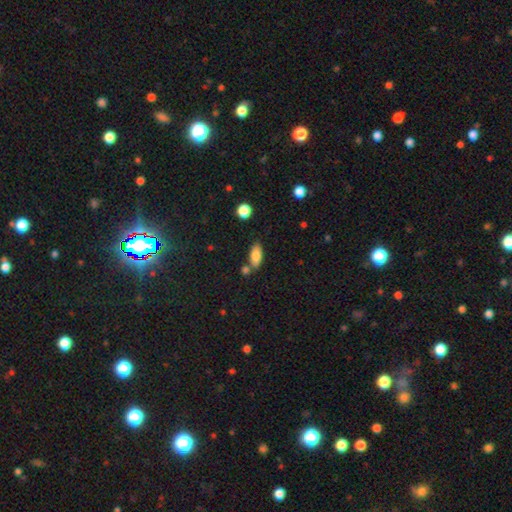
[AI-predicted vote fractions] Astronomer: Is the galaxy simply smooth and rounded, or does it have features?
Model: smooth — 82%.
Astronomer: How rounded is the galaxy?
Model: in between — 84%.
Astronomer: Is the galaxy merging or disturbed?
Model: none — 66%.